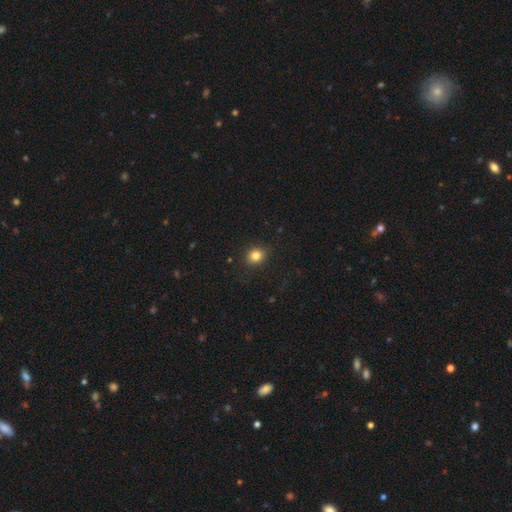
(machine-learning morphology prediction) Smooth or featured: smooth — 83% (star or artifact — 11%)
How rounded: round — 64% (in between — 35%)
Merging: none — 87% (minor disturbance — 10%)